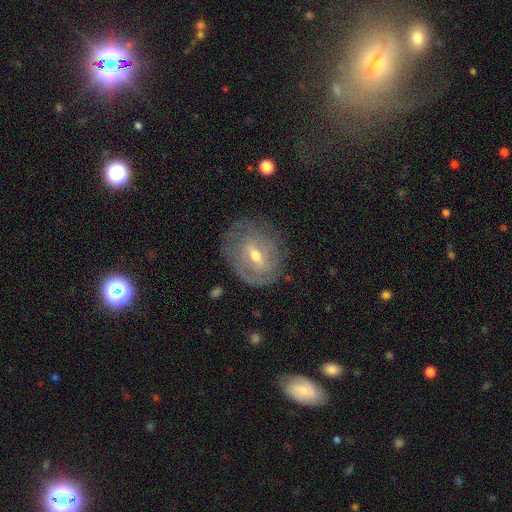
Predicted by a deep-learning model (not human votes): Smooth or featured: featured or disk — 69% (smooth — 23%)
Edge-on disk: no — 93% (yes — 7%)
Bar: weak — 53% (strong — 26%)
Spiral arms: yes — 66% (no — 34%)
Bulge size: moderate — 61% (small — 35%)
Merging: none — 69% (minor disturbance — 21%)